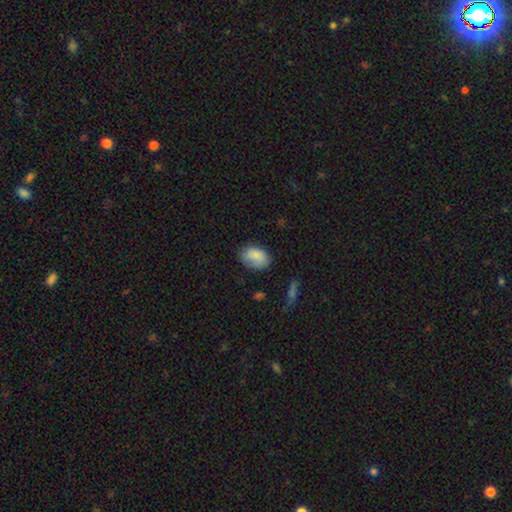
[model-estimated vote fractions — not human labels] smooth 83%, featured or disk 10%, star or artifact 7%. Down the decision tree: how rounded — in between (83%); merging — none (66%).